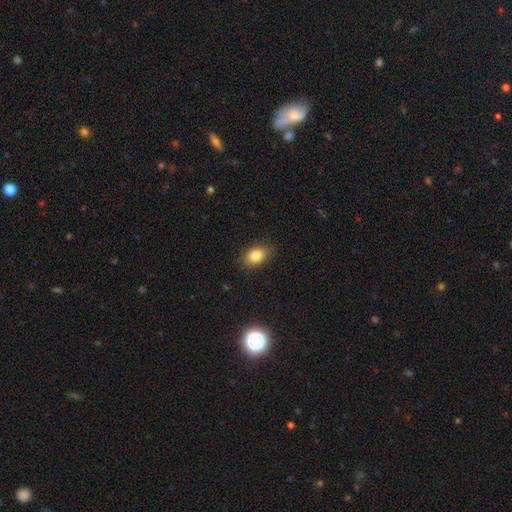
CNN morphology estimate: smooth-or-featured: smooth: 82% | star or artifact: 10% | featured or disk: 8%
  how-rounded: in between: 78% | round: 21% | cigar-shaped: 2%
  merging: none: 85% | minor disturbance: 11% | major disturbance: 3% | merger: 1%